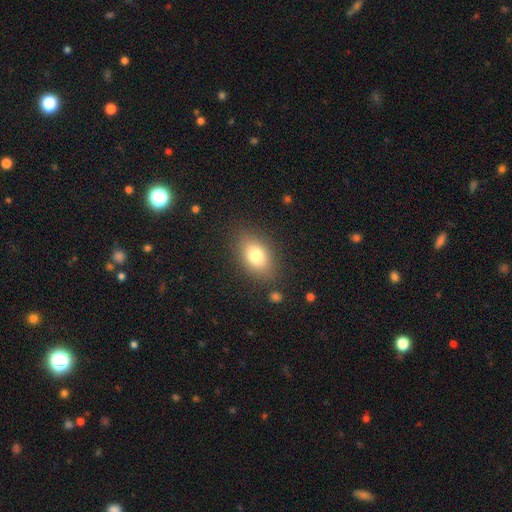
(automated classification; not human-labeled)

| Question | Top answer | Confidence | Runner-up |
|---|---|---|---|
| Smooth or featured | smooth | 78% | featured or disk (12%) |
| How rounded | in between | 83% | round (15%) |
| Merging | none | 83% | minor disturbance (11%) |